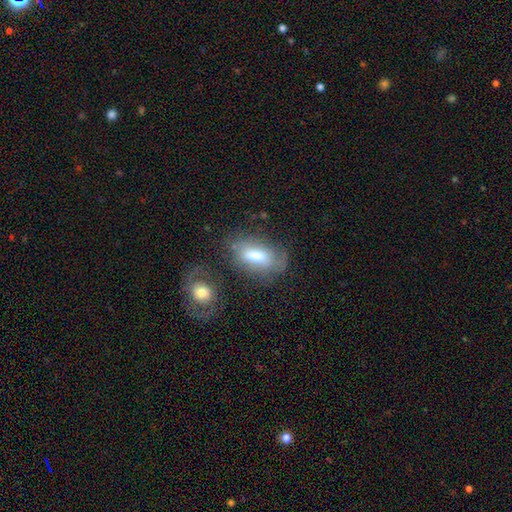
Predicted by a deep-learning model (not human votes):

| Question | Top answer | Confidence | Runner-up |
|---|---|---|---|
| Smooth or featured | smooth | 58% | featured or disk (31%) |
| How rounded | in between | 86% | cigar-shaped (9%) |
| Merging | none | 53% | minor disturbance (22%) |